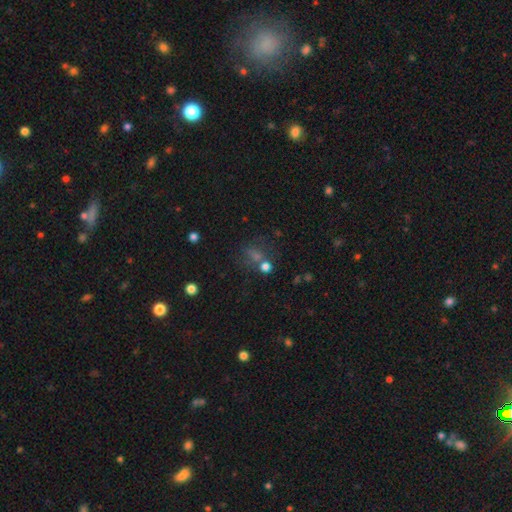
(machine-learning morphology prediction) A smooth galaxy with no disk features (43%). Merging: none (55%).